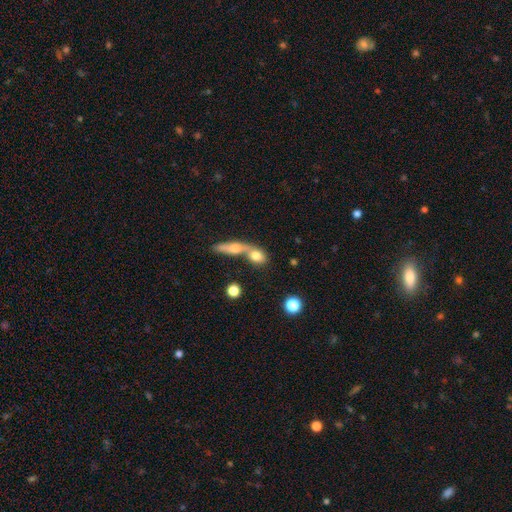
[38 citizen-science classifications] Q: Smooth or featured?
A: smooth (84%); runner-up: featured or disk (13%)
Q: How rounded?
A: in between (59%); runner-up: round (28%)
Q: Merging?
A: merger (59%); runner-up: none (27%)